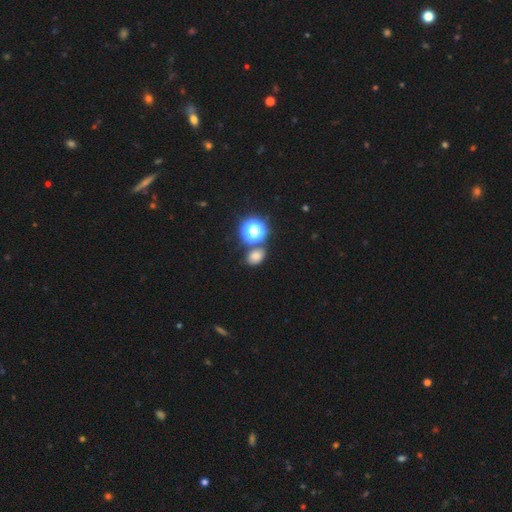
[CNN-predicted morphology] A smooth galaxy with no disk features (72%) that is in between round and cigar-shaped (59%). Merging: none (71%).